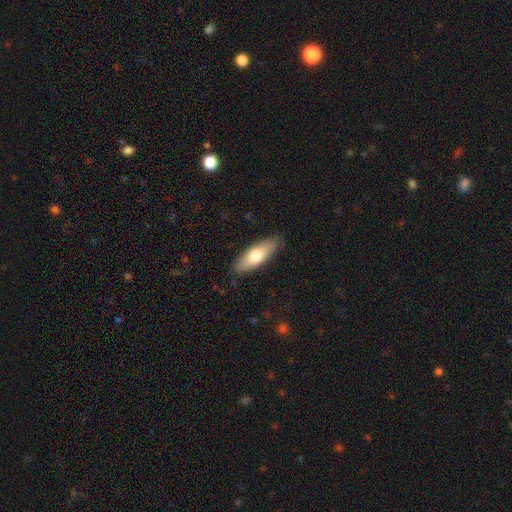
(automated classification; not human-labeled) smooth_or_featured: smooth (p=0.71) [alt: featured or disk p=0.23]
how_rounded: in between (p=0.59) [alt: cigar-shaped p=0.39]
merging: none (p=0.87) [alt: minor disturbance p=0.10]